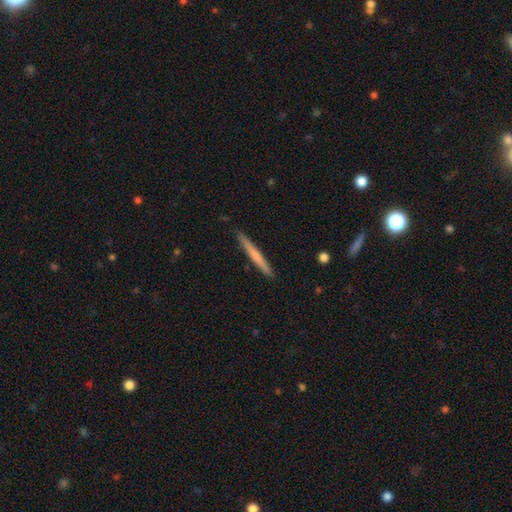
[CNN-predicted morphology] Smooth or featured: smooth — 56% (featured or disk — 39%)
How rounded: cigar-shaped — 97% (in between — 2%)
Merging: none — 90% (minor disturbance — 7%)